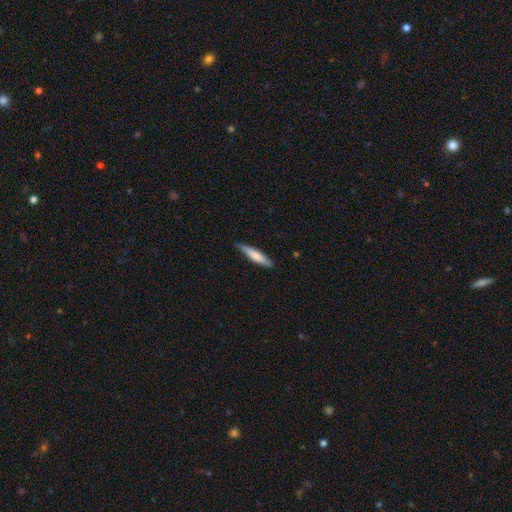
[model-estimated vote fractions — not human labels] Smooth or featured? Predicted: smooth (p=0.72). How rounded? Predicted: cigar-shaped (p=0.87). Merging? Predicted: none (p=0.84).